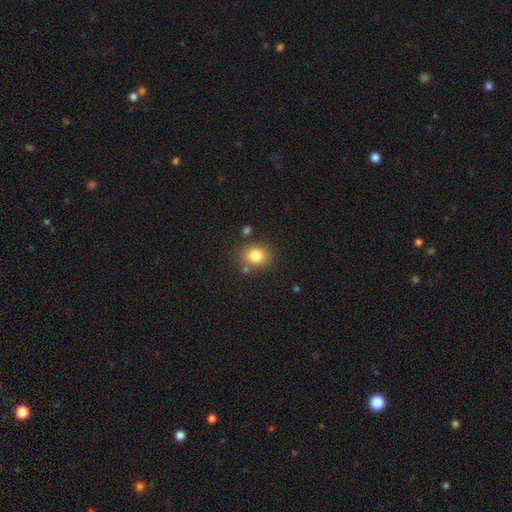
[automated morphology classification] Smooth or featured?
  - smooth: 82% *
  - star or artifact: 11%
  - featured or disk: 7%
How rounded?
  - round: 70% *
  - in between: 29%
  - cigar-shaped: 1%
Merging?
  - none: 76% *
  - minor disturbance: 12%
  - merger: 8%
  - major disturbance: 4%